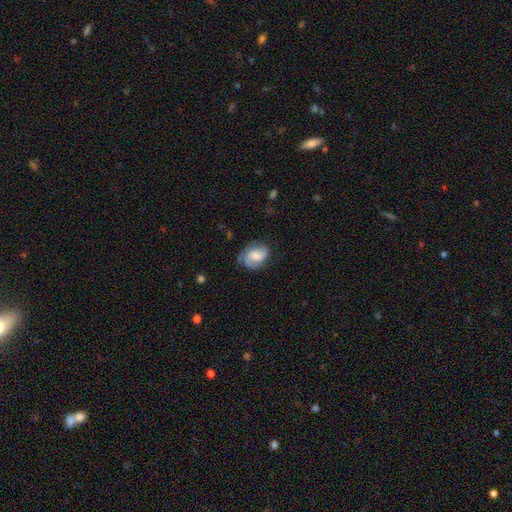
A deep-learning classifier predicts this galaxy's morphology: This appears to be a featured or disk galaxy (65%) with no bar (48%), 2 (53%) medium (44%) spiral arms (93%) and a moderate central bulge (35%). Merging: none (64%).